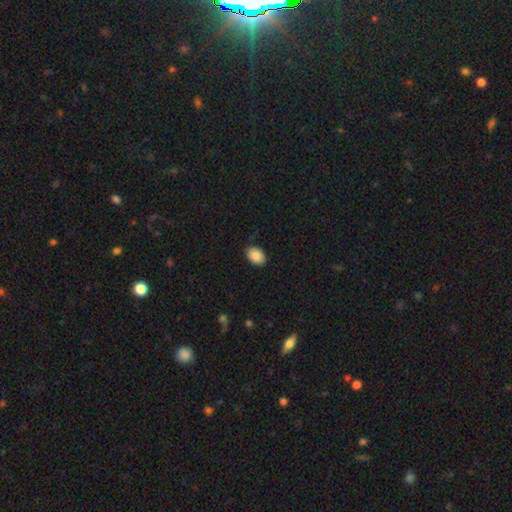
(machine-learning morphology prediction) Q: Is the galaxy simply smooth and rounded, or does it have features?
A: smooth — 89%.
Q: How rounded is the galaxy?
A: in between — 77%.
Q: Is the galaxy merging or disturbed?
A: none — 85%.